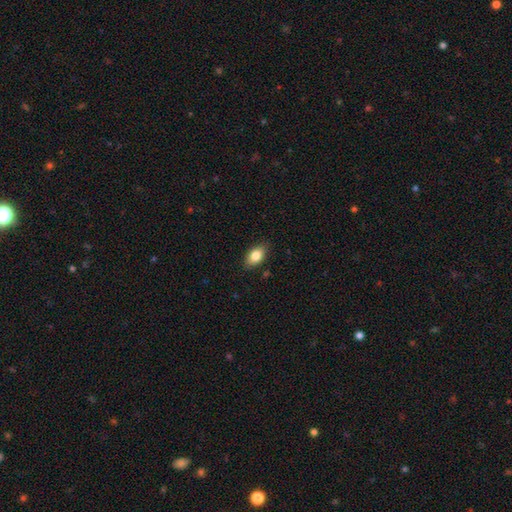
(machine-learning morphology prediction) Smooth or featured?
  - smooth: 84% *
  - featured or disk: 9%
  - star or artifact: 8%
How rounded?
  - in between: 89% *
  - round: 8%
  - cigar-shaped: 2%
Merging?
  - none: 86% *
  - minor disturbance: 11%
  - major disturbance: 2%
  - merger: 1%